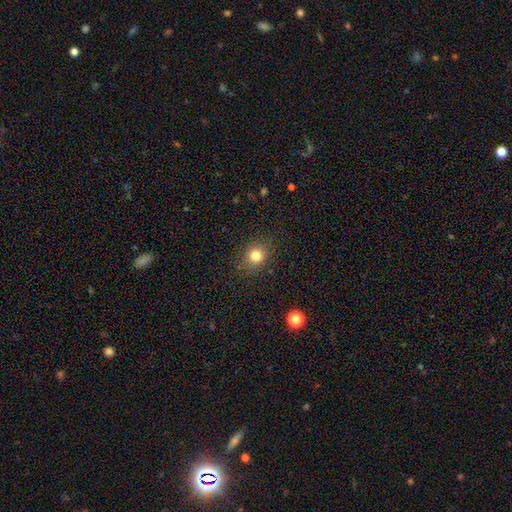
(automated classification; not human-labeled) Smooth or featured? Predicted: smooth (p=0.81). How rounded? Predicted: round (p=0.74). Merging? Predicted: none (p=0.86).